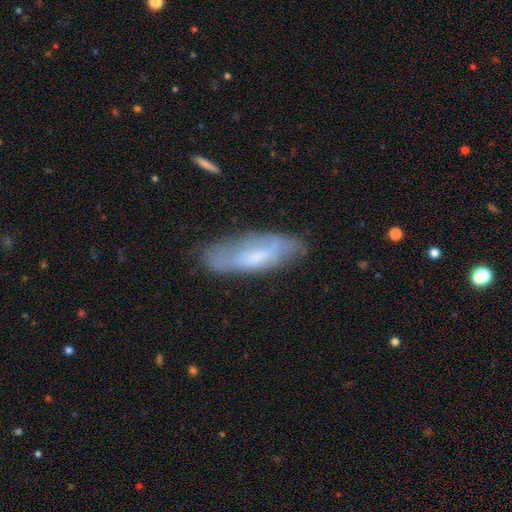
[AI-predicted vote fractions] Morphology: type=smooth (55%); roundness=in between (56%); merging=none (63%).